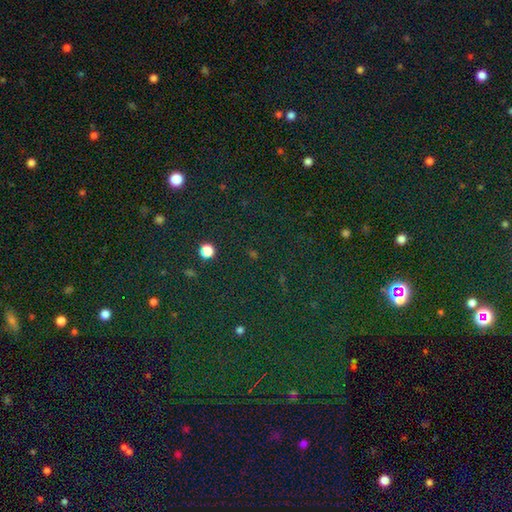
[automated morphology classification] A star or artifact, not a galaxy (79%).